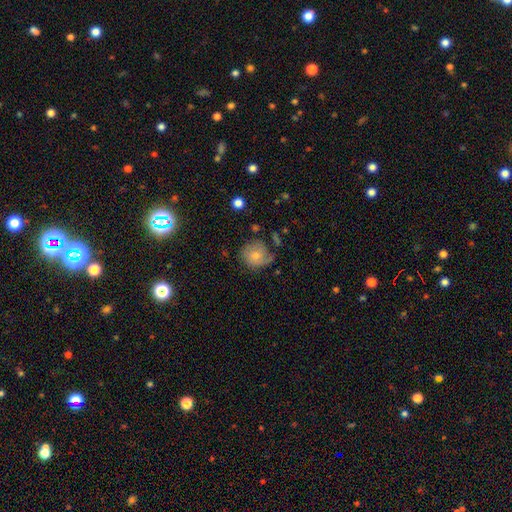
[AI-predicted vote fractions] A smooth galaxy with no disk features (59%) that is round (78%). Merging: none (51%).